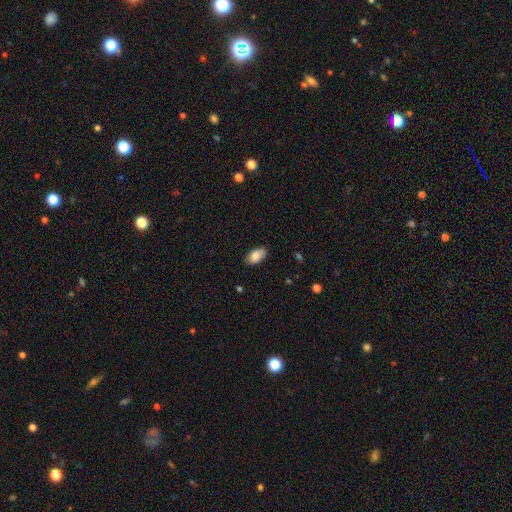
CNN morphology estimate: type=smooth (83%); roundness=in between (94%); merging=none (84%).